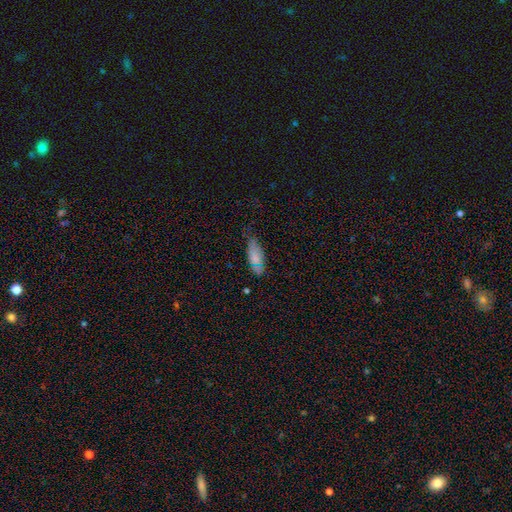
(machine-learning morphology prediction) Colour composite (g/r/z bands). It shows a smooth galaxy with no disk features (71%) that is in between round and cigar-shaped (69%). Merging: none (57%).